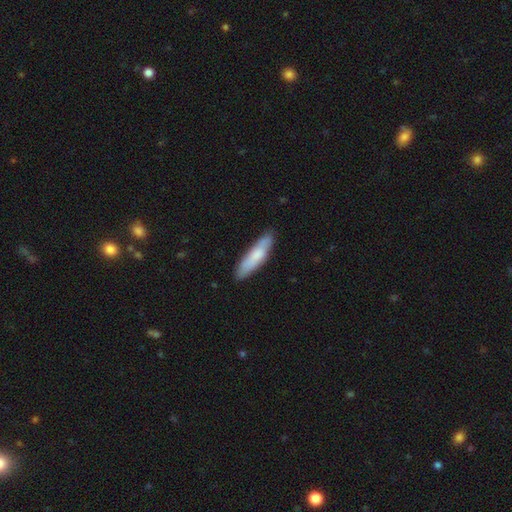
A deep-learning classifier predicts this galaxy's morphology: smooth-or-featured: smooth: 72% | featured or disk: 23% | star or artifact: 6%
  how-rounded: cigar-shaped: 76% | in between: 23% | round: 1%
  merging: none: 83% | minor disturbance: 13% | major disturbance: 2% | merger: 1%